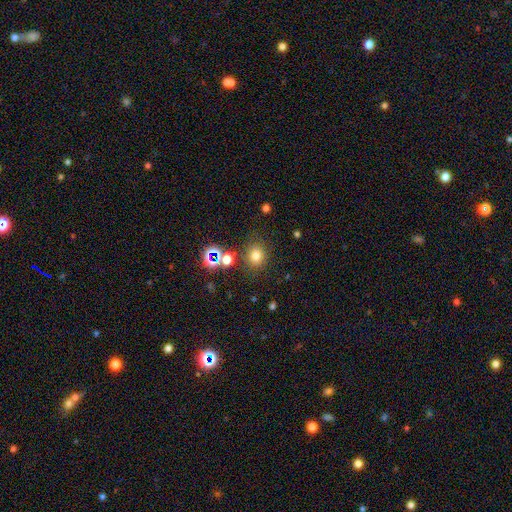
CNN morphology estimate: Overall: smooth (71%). How rounded: round (78%). Merging: none (79%).